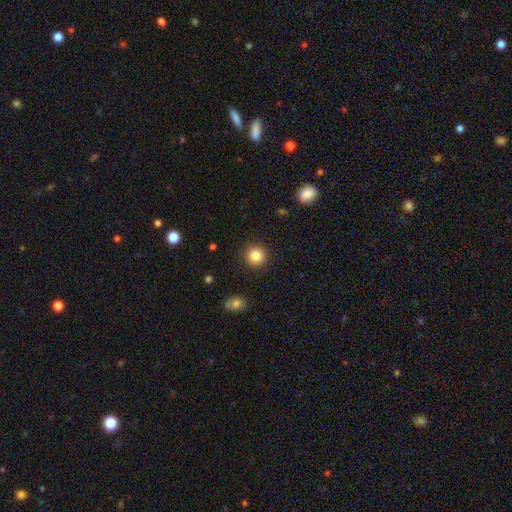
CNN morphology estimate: smooth 85%, star or artifact 10%, featured or disk 5%. Down the decision tree: how rounded — round (94%); merging — none (91%).